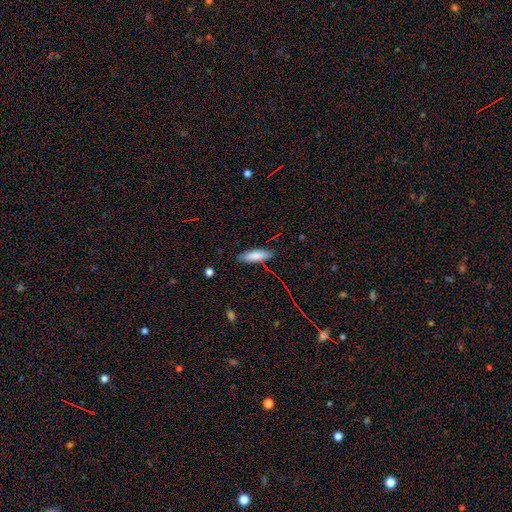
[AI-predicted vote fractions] Smooth or featured? Predicted: smooth (p=0.84). How rounded? Predicted: in between (p=0.60). Merging? Predicted: none (p=0.84).